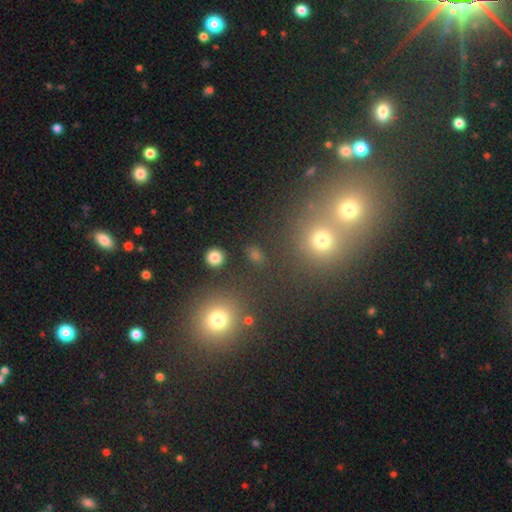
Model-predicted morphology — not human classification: This is likely a smooth galaxy (73%). How rounded: possibly round (57%). Merging: clearly none (82%).